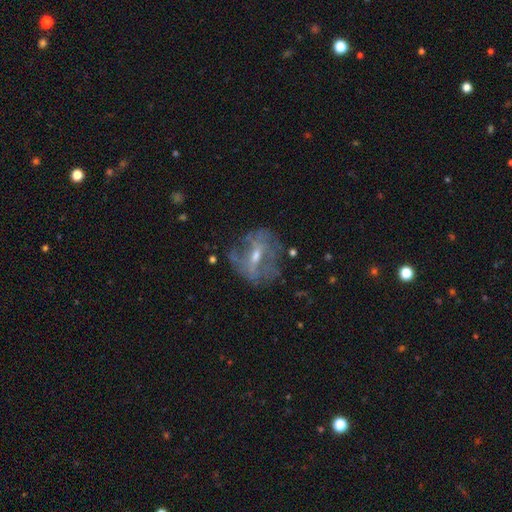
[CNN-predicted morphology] A featured or disk galaxy (70%) with a weak bar (42%), no spiral arms (51%) and a small central bulge (48%).

Vote fractions:
- Smooth or featured? featured or disk: 70% / smooth: 19% / star or artifact: 11%
- Edge-on disk? no: 92% / yes: 8%
- Bar? weak: 42% / no: 30% / strong: 27%
- Spiral arms? no: 51% / yes: 49%
- Bulge size? small: 48% / moderate: 46% / none: 3% / large: 2% / dominant: 1%
- Merging? none: 59% / minor disturbance: 22% / major disturbance: 16% / merger: 3%